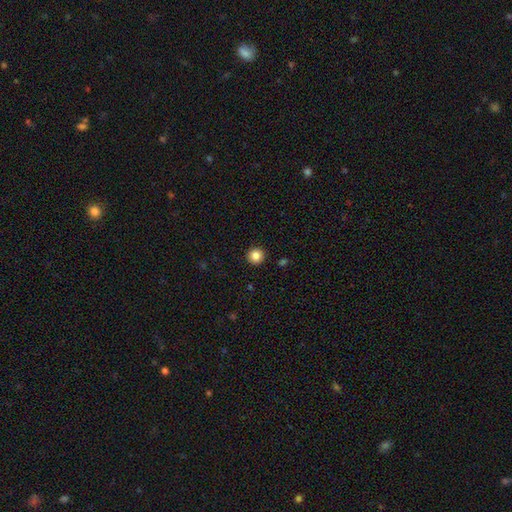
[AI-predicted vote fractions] A smooth galaxy with no disk features (85%) that is round (96%). Merging: none (93%).